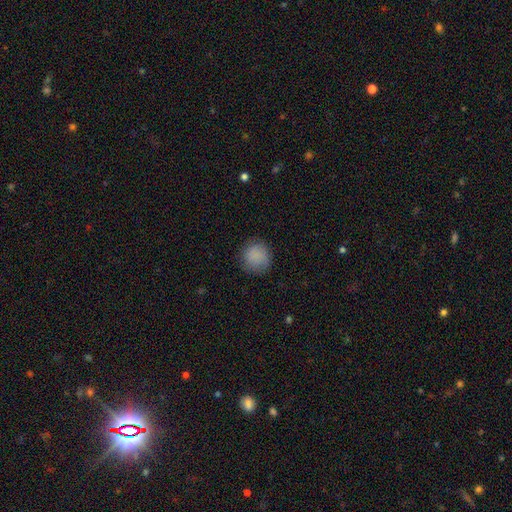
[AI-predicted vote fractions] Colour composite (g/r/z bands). It shows a smooth galaxy with no disk features (85%) that is round (91%). Merging: none (81%).